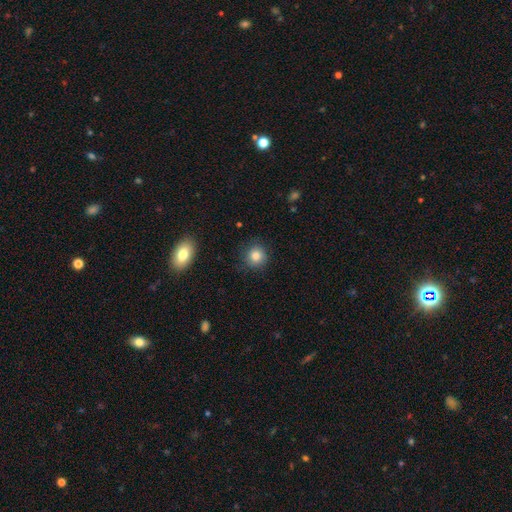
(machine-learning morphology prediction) smooth-or-featured: smooth: 84% | star or artifact: 10% | featured or disk: 6%
  how-rounded: round: 91% | in between: 8% | cigar-shaped: 1%
  merging: none: 85% | minor disturbance: 11% | major disturbance: 3% | merger: 1%